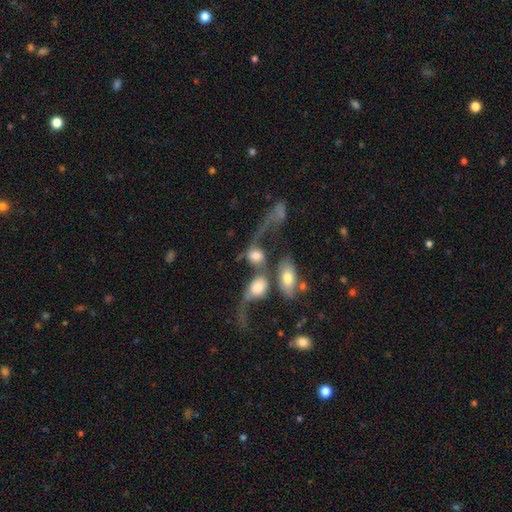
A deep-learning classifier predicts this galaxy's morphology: This is possibly a smooth galaxy (49%). Merging: possibly merger (60%).